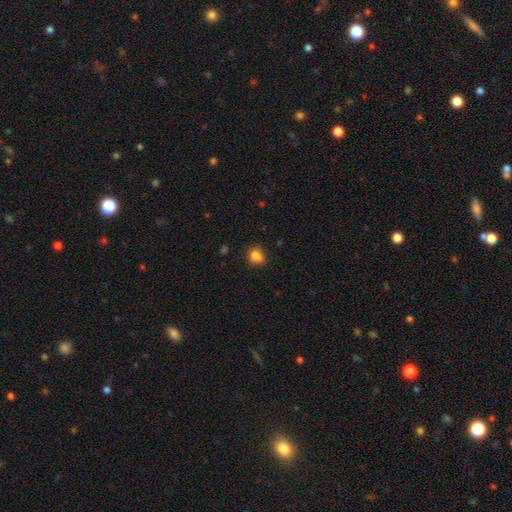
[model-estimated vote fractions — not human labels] Smooth or featured? smooth (84%)
How rounded? in between (51%)
Merging? none (68%)